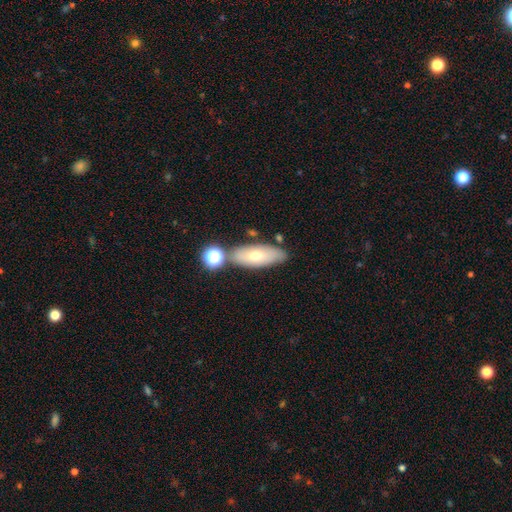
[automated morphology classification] This appears to be a smooth galaxy with no disk features (57%) that is in between round and cigar-shaped (66%). Merging: none (71%).